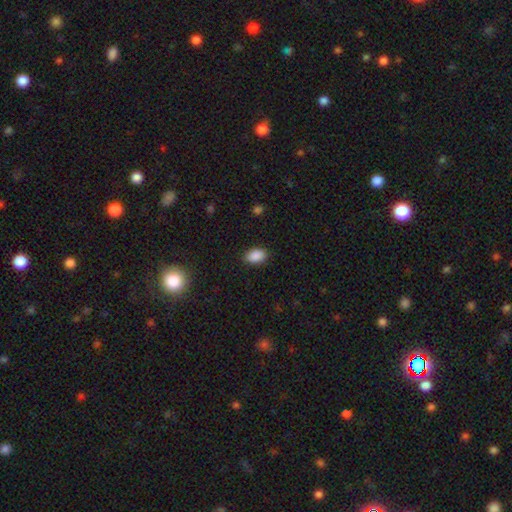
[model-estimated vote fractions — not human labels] This appears to be a smooth galaxy with no disk features (89%) that is in between round and cigar-shaped (89%). Merging: none (87%).